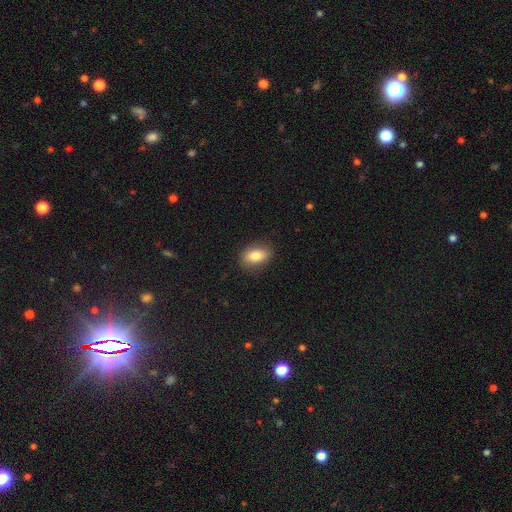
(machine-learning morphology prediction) Smooth or featured: smooth — 82% (featured or disk — 11%)
How rounded: in between — 85% (round — 13%)
Merging: none — 86% (minor disturbance — 10%)